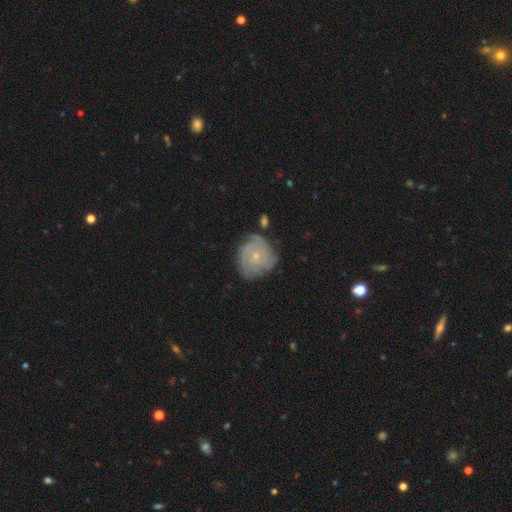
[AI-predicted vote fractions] The model was most divided on "spiral arm count": 3: 29%, can't tell: 28%, 2: 21%, 4: 12%, 1: 5%, more than 4: 5%. More confident: edge-on disk — no (98%); spiral arms — yes (94%); smooth or featured — featured or disk (78%); bar — no (77%); spiral winding — tight (75%); bulge size — small (75%); merging — none (69%).